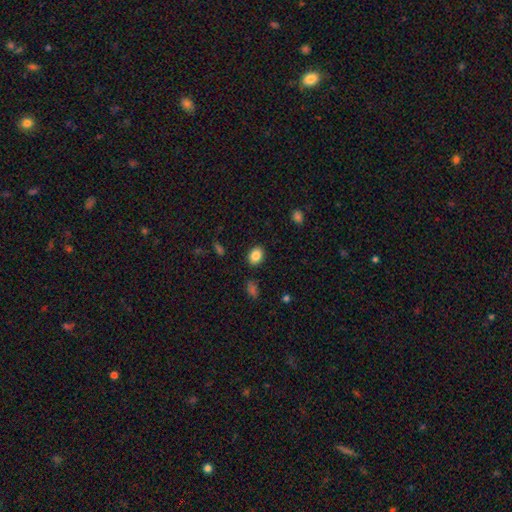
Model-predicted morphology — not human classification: This appears to be a smooth galaxy with no disk features (86%) that is in between round and cigar-shaped (67%). Merging: none (87%).